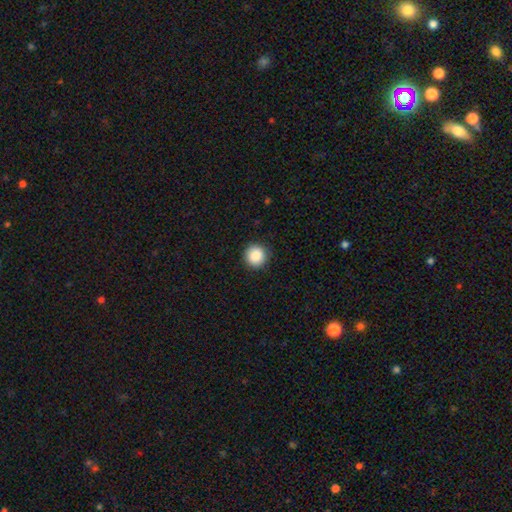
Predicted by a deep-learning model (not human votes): This appears to be a smooth galaxy with no disk features (88%) that is round (95%). Merging: none (91%).